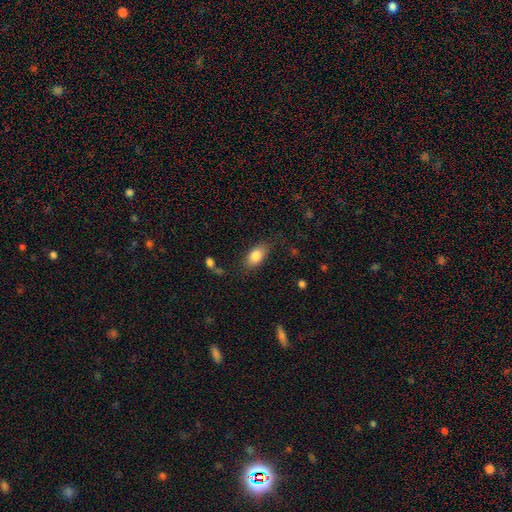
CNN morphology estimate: A smooth galaxy with no disk features (83%) that is in between round and cigar-shaped (89%). Merging: none (78%).